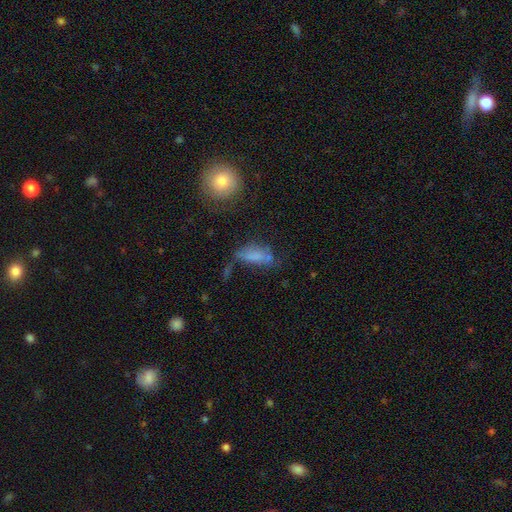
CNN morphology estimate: A smooth galaxy with no disk features (68%) that is in between round and cigar-shaped (74%).

Vote fractions:
- Smooth or featured? smooth: 68% / featured or disk: 19% / star or artifact: 14%
- How rounded? in between: 74% / cigar-shaped: 21% / round: 6%
- Merging? none: 39% / minor disturbance: 24% / major disturbance: 22% / merger: 15%